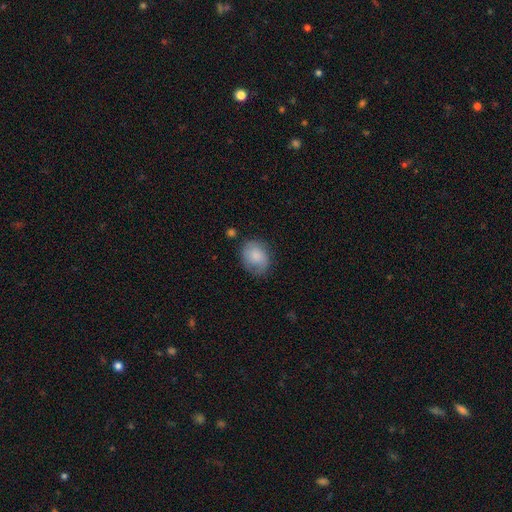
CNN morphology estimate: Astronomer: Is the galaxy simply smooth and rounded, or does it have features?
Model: smooth — 72%.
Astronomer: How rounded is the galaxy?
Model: round — 50% (runner-up: in between, 49%).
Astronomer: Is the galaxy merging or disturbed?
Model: none — 66%.